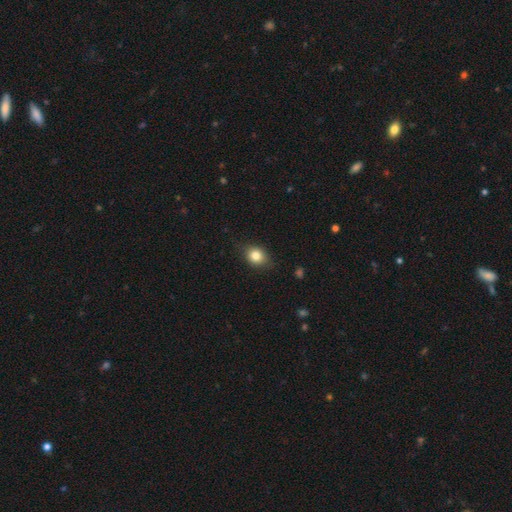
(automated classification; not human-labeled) This is clearly a smooth galaxy (82%). How rounded: possibly round (55%). Merging: likely none (80%).